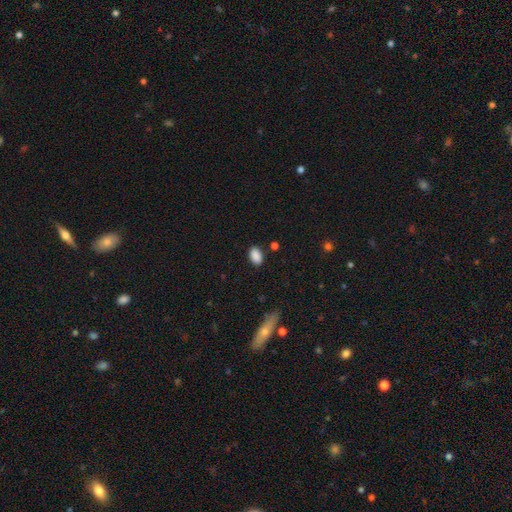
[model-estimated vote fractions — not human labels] Morphology: type=smooth (88%); roundness=in between (89%); merging=none (85%).